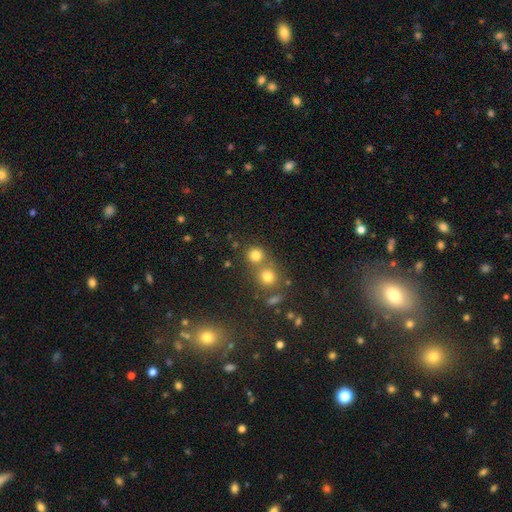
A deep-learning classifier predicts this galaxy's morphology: Q: Smooth or featured?
A: smooth (77%); runner-up: star or artifact (16%)
Q: How rounded?
A: round (89%); runner-up: in between (10%)
Q: Merging?
A: none (58%); runner-up: merger (33%)